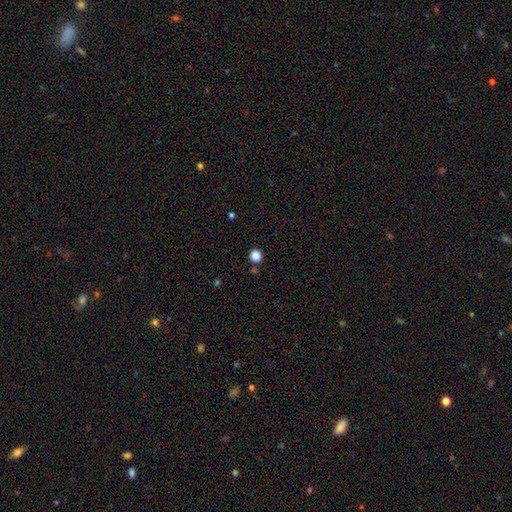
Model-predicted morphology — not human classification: Overall: smooth (84%). How rounded: round (89%). Merging: none (85%).